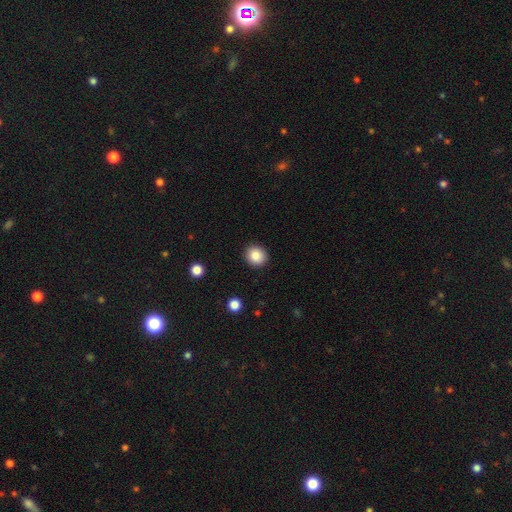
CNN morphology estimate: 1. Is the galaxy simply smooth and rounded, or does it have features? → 87% smooth, 9% star or artifact, 4% featured or disk.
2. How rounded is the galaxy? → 86% round, 13% in between, 1% cigar-shaped.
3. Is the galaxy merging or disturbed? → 91% none, 6% minor disturbance, 2% major disturbance, 1% merger.